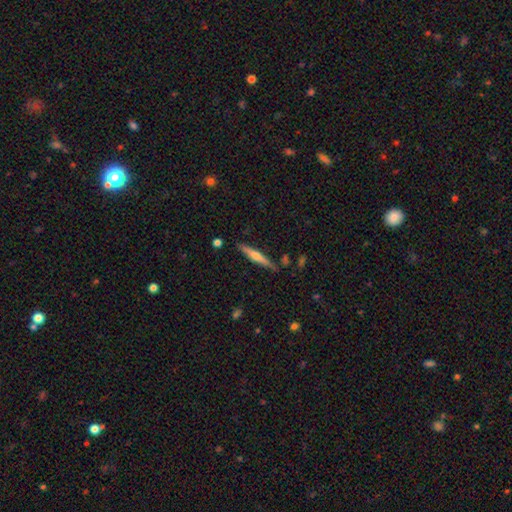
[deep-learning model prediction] A featured or disk galaxy (62%) viewed edge-on (97%) with a rounded central bulge (84%). Merging: none (87%).